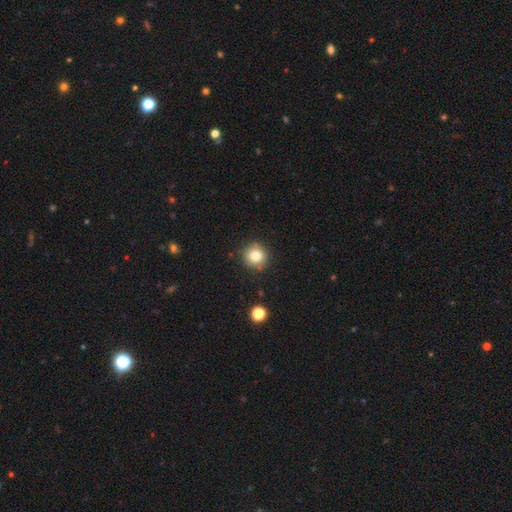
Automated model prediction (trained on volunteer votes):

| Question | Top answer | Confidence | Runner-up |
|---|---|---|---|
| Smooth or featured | smooth | 80% | star or artifact (12%) |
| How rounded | round | 94% | in between (5%) |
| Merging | none | 88% | minor disturbance (8%) |